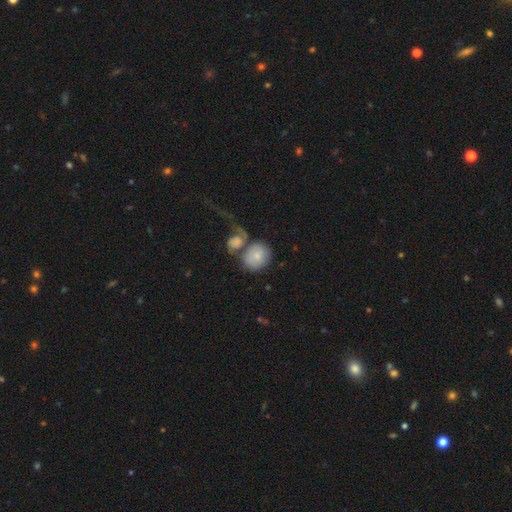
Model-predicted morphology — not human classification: The model was most divided on "merging": merger: 44%, none: 31%, major disturbance: 14%, minor disturbance: 11%. More confident: smooth or featured — smooth (71%); how rounded — round (67%).